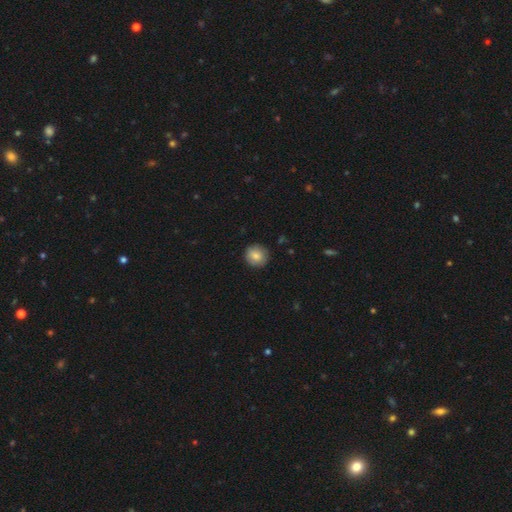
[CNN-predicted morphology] smooth-or-featured: smooth: 84% | featured or disk: 8% | star or artifact: 8%
  how-rounded: round: 92% | in between: 7% | cigar-shaped: 1%
  merging: none: 89% | minor disturbance: 8% | major disturbance: 2% | merger: 1%